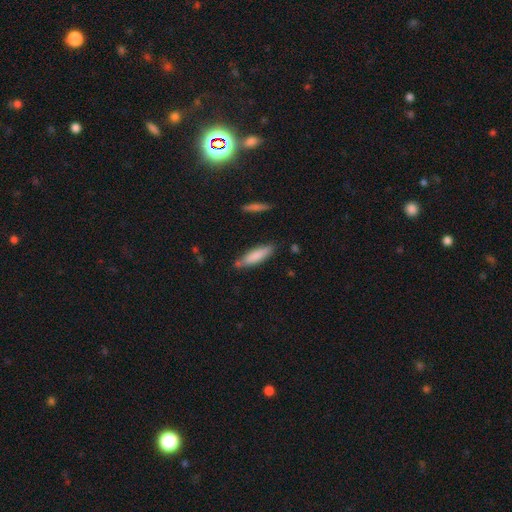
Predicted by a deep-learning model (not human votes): The model was most divided on "how rounded": cigar-shaped: 64%, in between: 35%, round: 1%. More confident: smooth or featured — smooth (82%); merging — none (76%).